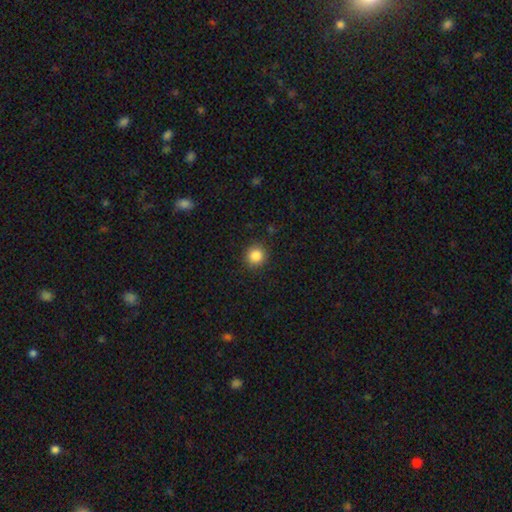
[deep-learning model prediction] Smooth or featured?
  - smooth: 85% *
  - star or artifact: 10%
  - featured or disk: 4%
How rounded?
  - round: 92% *
  - in between: 7%
  - cigar-shaped: 1%
Merging?
  - none: 90% *
  - minor disturbance: 7%
  - major disturbance: 2%
  - merger: 1%